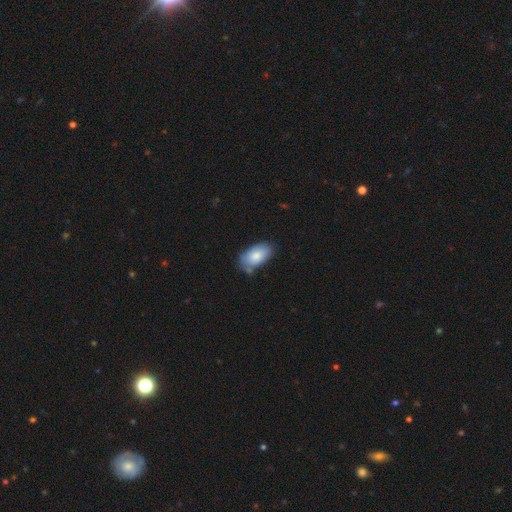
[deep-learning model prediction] Q: Smooth or featured?
A: smooth (80%); runner-up: featured or disk (13%)
Q: How rounded?
A: in between (94%); runner-up: round (4%)
Q: Merging?
A: none (63%); runner-up: minor disturbance (26%)